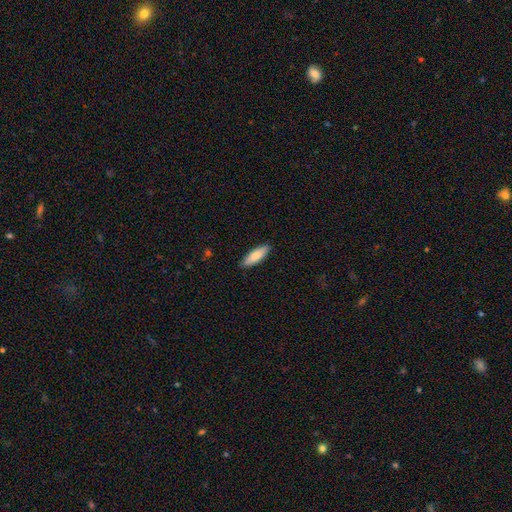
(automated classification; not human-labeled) smooth-or-featured: smooth: 80% | featured or disk: 14% | star or artifact: 5%
  how-rounded: in between: 54% | cigar-shaped: 45% | round: 2%
  merging: none: 88% | minor disturbance: 9% | major disturbance: 2% | merger: 1%